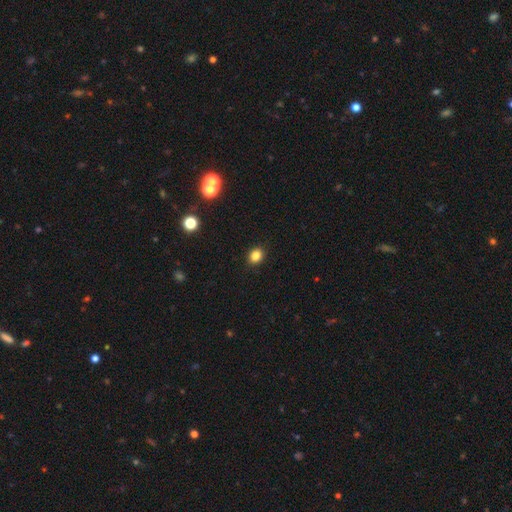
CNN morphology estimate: smooth-or-featured: smooth: 84% | star or artifact: 11% | featured or disk: 4%
  how-rounded: round: 56% | in between: 43% | cigar-shaped: 1%
  merging: none: 90% | minor disturbance: 7% | major disturbance: 2% | merger: 1%